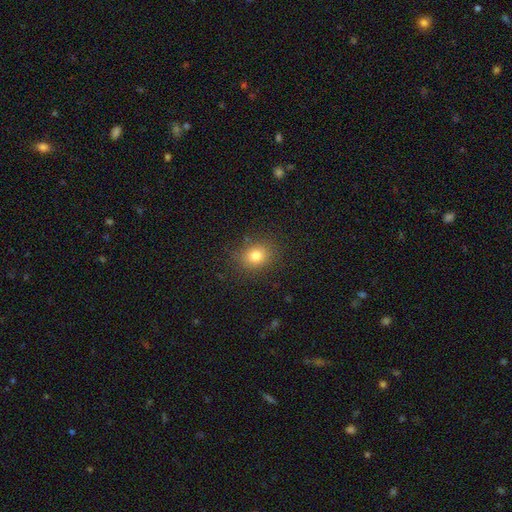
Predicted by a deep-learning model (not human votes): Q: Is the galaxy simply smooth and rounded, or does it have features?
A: smooth — 80%.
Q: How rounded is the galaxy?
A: round — 61%.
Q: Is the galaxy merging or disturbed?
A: none — 85%.